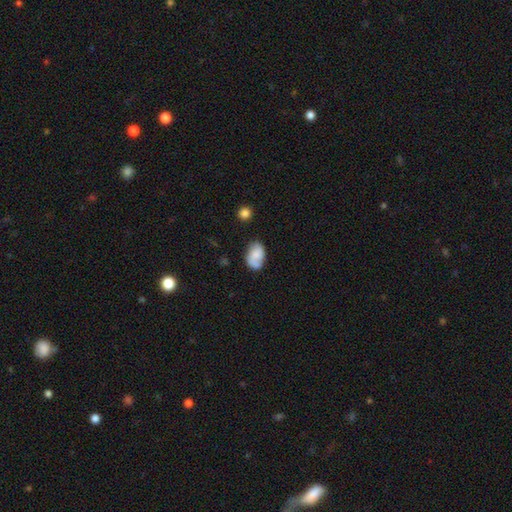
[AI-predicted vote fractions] This is likely a smooth galaxy (64%). How rounded: clearly in between (86%). Merging: possibly none (58%).